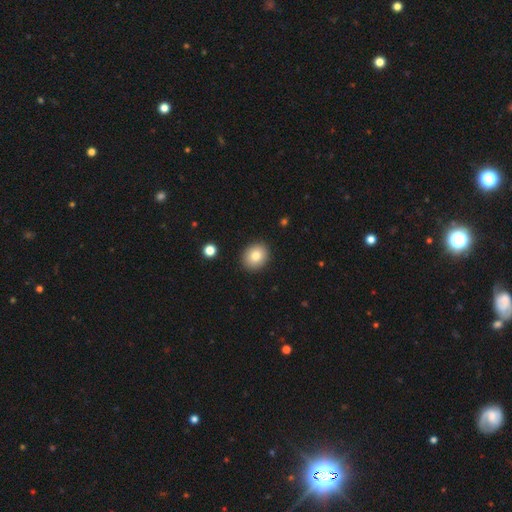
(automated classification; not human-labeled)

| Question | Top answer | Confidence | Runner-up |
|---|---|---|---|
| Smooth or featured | smooth | 81% | featured or disk (9%) |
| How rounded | round | 70% | in between (29%) |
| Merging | none | 91% | minor disturbance (6%) |